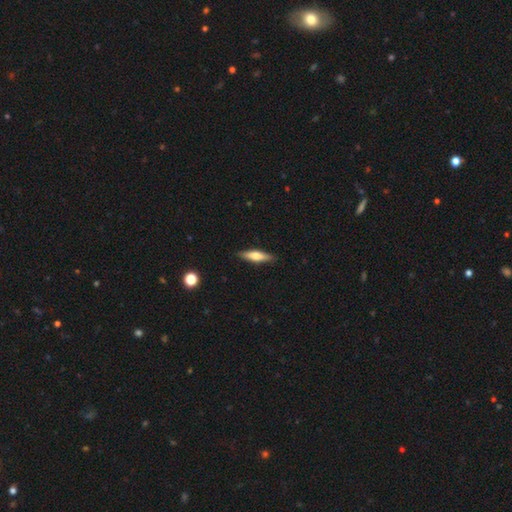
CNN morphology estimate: Smooth or featured?
  - smooth: 52% *
  - featured or disk: 42%
  - star or artifact: 6%
How rounded?
  - cigar-shaped: 69% *
  - in between: 29%
  - round: 2%
Merging?
  - none: 89% *
  - minor disturbance: 8%
  - major disturbance: 2%
  - merger: 1%